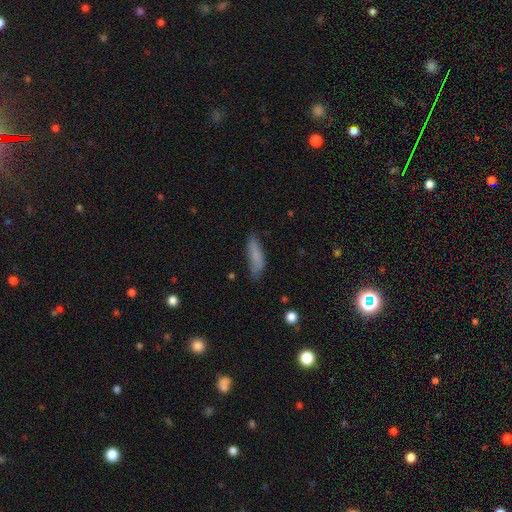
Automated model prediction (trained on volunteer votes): Smooth or featured: smooth — 79% (featured or disk — 13%)
How rounded: cigar-shaped — 58% (in between — 40%)
Merging: none — 66% (minor disturbance — 25%)